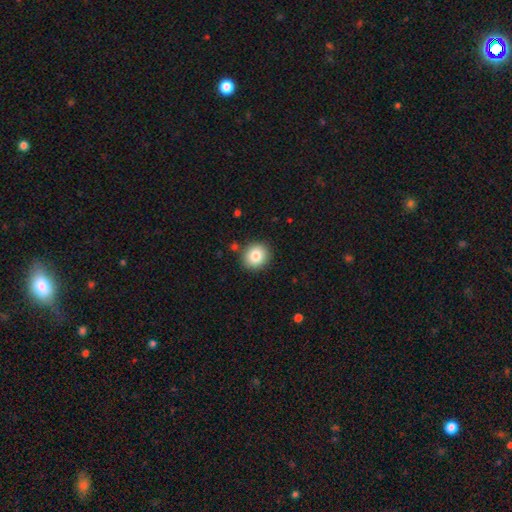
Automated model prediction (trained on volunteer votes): Overall: smooth (84%). How rounded: round (82%). Merging: none (88%).